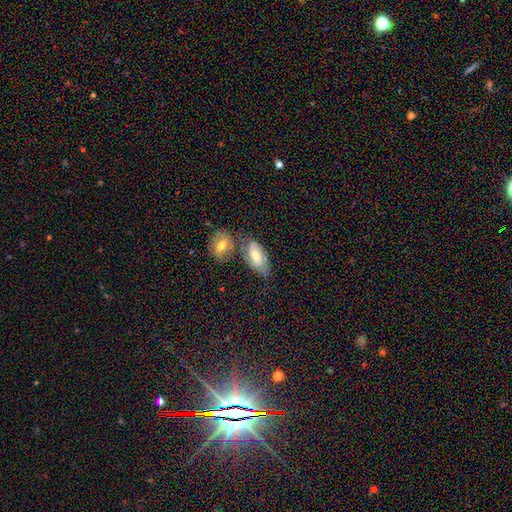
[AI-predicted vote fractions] A smooth galaxy with no disk features (54%) that is in between round and cigar-shaped (88%). Merging: none (42%).